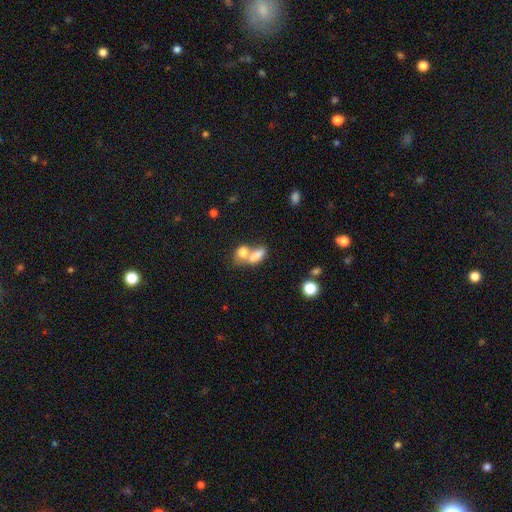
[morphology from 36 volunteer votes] Smooth or featured: smooth — 86% (featured or disk — 8%)
How rounded: in between — 61% (cigar-shaped — 26%)
Merging: merger — 76% (none — 12%)